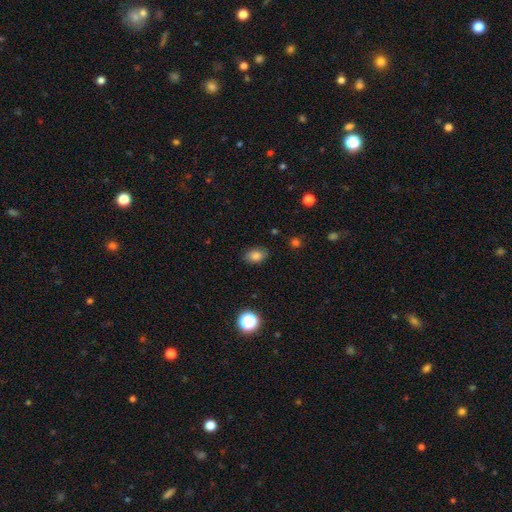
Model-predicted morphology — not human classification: A smooth galaxy with no disk features (81%) that is in between round and cigar-shaped (81%).

Vote fractions:
- Smooth or featured? smooth: 81% / star or artifact: 12% / featured or disk: 7%
- How rounded? in between: 81% / round: 18% / cigar-shaped: 1%
- Merging? none: 82% / minor disturbance: 14% / major disturbance: 3% / merger: 1%